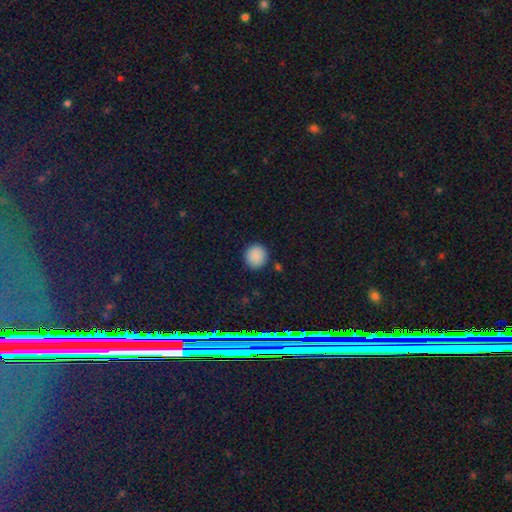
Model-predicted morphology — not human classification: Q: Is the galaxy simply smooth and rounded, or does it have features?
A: smooth — 87%.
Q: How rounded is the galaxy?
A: round — 89%.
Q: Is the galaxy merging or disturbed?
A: none — 89%.